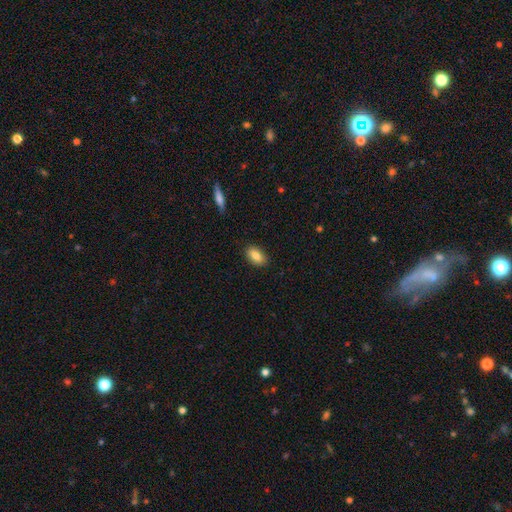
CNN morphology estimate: smooth 85%, featured or disk 8%, star or artifact 7%. Down the decision tree: how rounded — in between (90%); merging — none (88%).